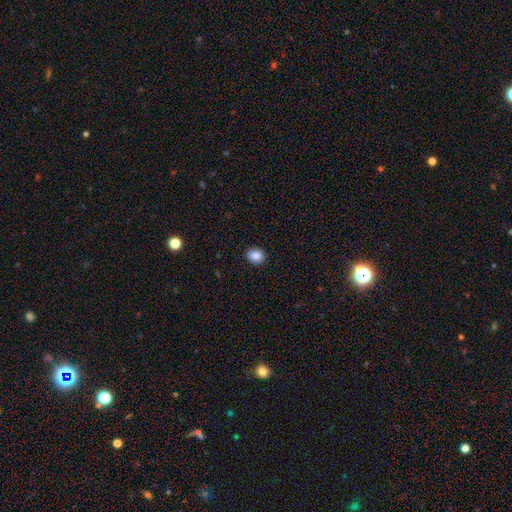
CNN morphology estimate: Overall: smooth (87%). How rounded: round (60%; in between 39%). Merging: none (91%).